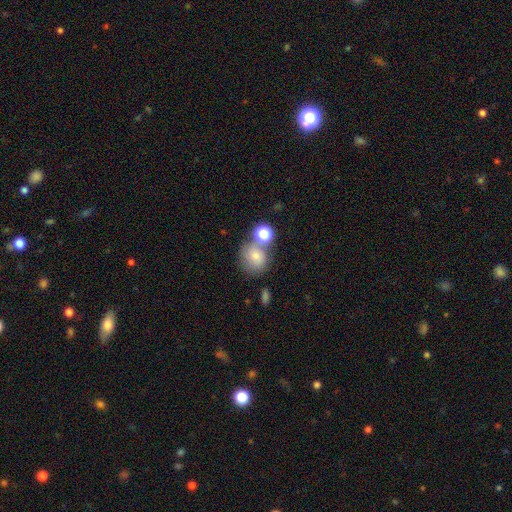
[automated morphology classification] A smooth galaxy with no disk features (73%) that is round (80%).

Vote fractions:
- Smooth or featured? smooth: 73% / featured or disk: 15% / star or artifact: 12%
- How rounded? round: 80% / in between: 19% / cigar-shaped: 1%
- Merging? none: 53% / merger: 27% / minor disturbance: 13% / major disturbance: 6%